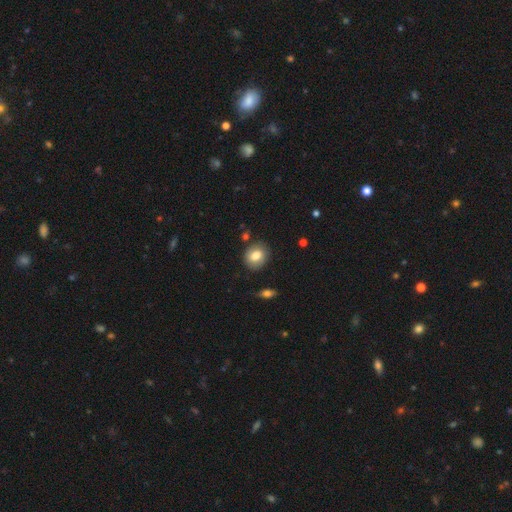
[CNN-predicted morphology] Smooth or featured? smooth (80%)
How rounded? round (60%)
Merging? none (83%)